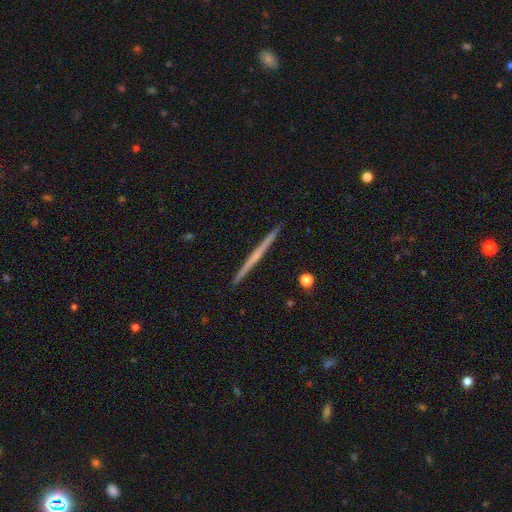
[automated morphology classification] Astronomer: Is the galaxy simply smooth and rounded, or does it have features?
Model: featured or disk — 66%.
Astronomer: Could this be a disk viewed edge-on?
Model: yes — 98%.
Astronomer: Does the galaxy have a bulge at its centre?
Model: none — 76%.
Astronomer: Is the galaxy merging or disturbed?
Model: none — 94%.